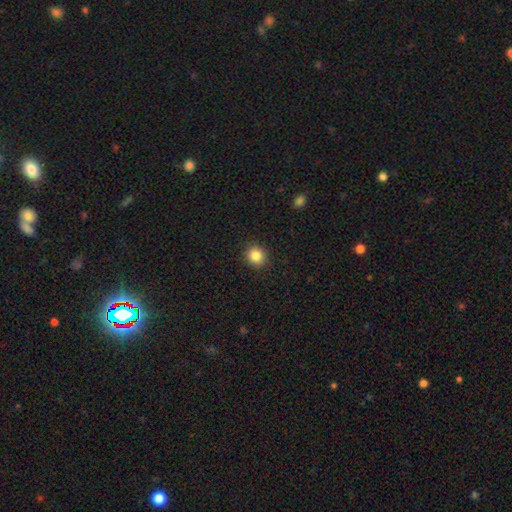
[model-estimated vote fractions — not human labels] This appears to be a smooth galaxy with no disk features (86%) that is round (83%). Merging: none (91%).